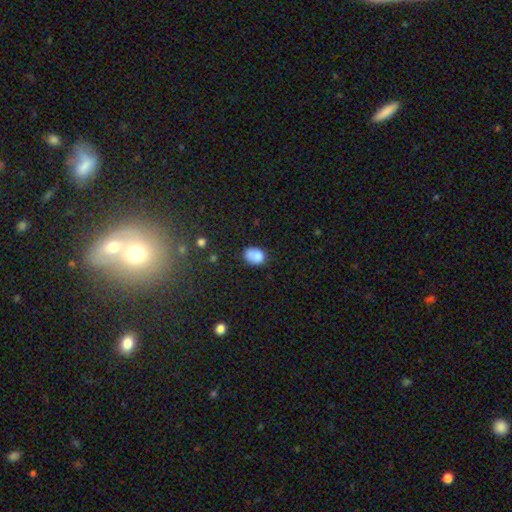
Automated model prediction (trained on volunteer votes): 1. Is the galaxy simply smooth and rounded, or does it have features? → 83% smooth, 9% star or artifact, 7% featured or disk.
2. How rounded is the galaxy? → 72% in between, 27% round, 1% cigar-shaped.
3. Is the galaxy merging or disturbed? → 61% none, 26% minor disturbance, 6% merger, 6% major disturbance.